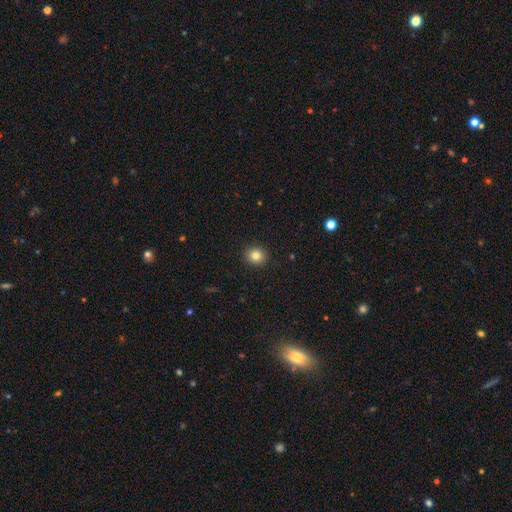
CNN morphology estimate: Q: Smooth or featured?
A: smooth (82%); runner-up: star or artifact (11%)
Q: How rounded?
A: round (84%); runner-up: in between (15%)
Q: Merging?
A: none (92%); runner-up: minor disturbance (6%)